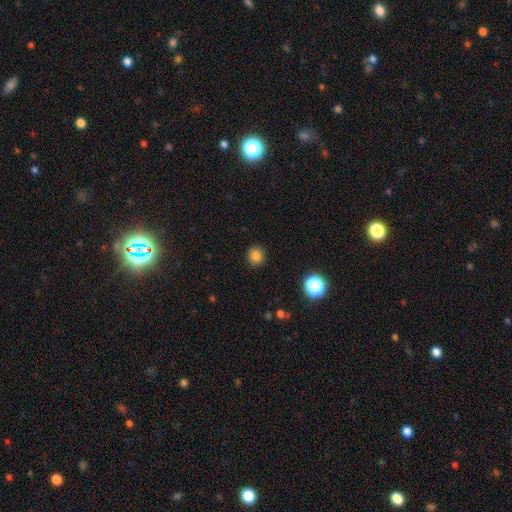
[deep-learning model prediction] smooth 81%, star or artifact 13%, featured or disk 6%. Down the decision tree: how rounded — round (91%); merging — none (91%).